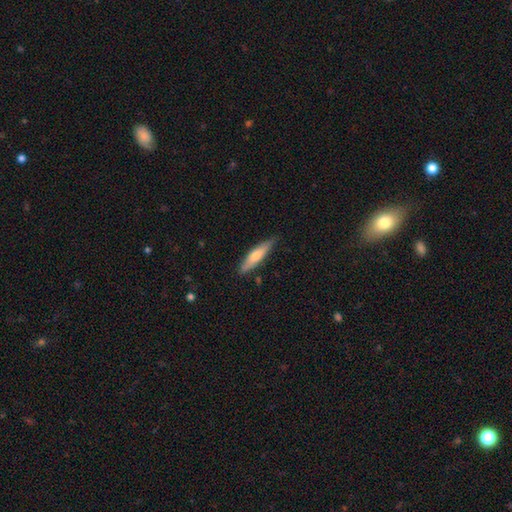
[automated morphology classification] smooth 58%, featured or disk 36%, star or artifact 6%. Down the decision tree: how rounded — cigar-shaped (80%); merging — none (84%).